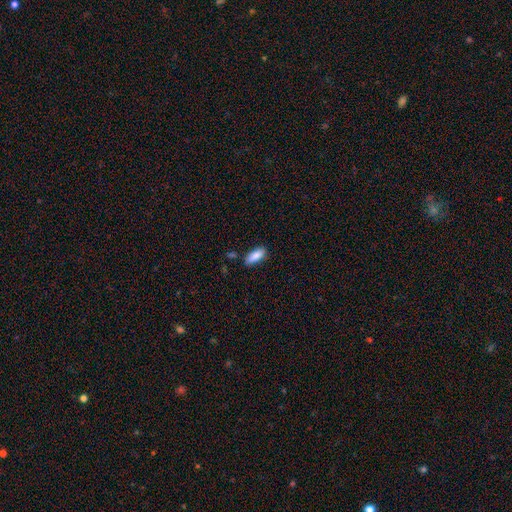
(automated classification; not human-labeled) smooth-or-featured: smooth: 87% | featured or disk: 7% | star or artifact: 6%
  how-rounded: in between: 75% | cigar-shaped: 23% | round: 2%
  merging: none: 78% | minor disturbance: 15% | merger: 4% | major disturbance: 3%